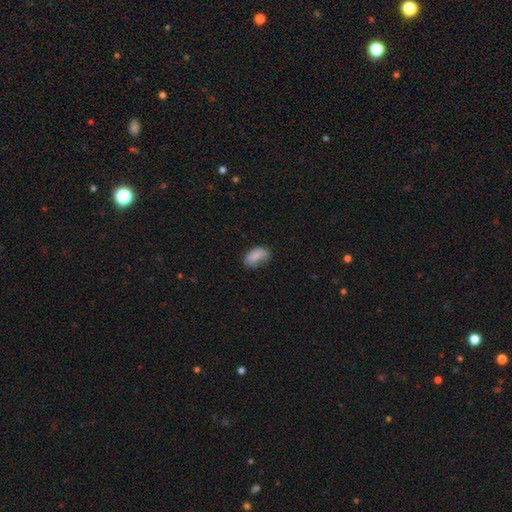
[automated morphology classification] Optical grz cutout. It shows a smooth galaxy with no disk features (81%) that is in between round and cigar-shaped (90%). Merging: none (57%).